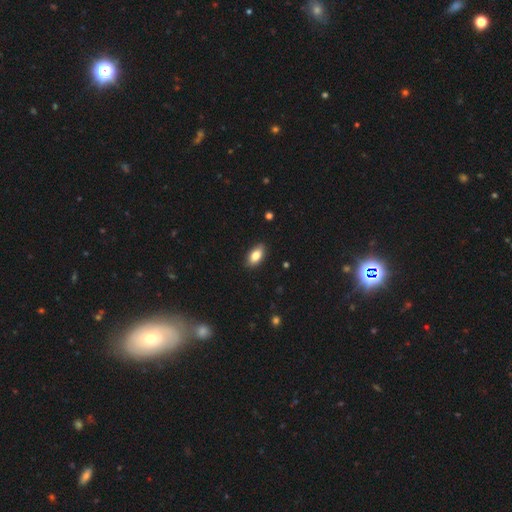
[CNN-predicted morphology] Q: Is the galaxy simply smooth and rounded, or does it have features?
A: smooth — 82%.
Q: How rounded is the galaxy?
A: in between — 91%.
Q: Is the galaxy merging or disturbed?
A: none — 87%.